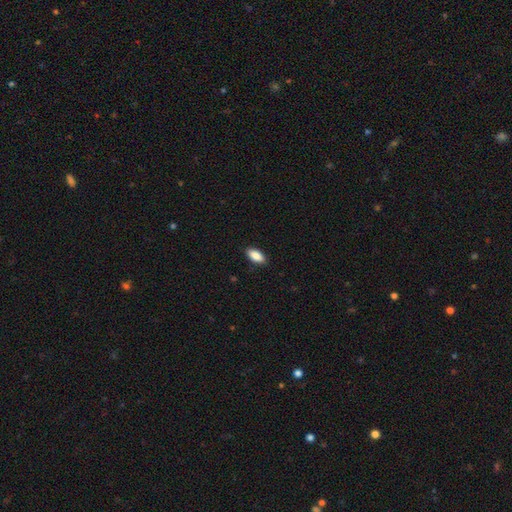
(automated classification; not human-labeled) Morphology: type=smooth (86%); roundness=in between (88%); merging=none (88%).